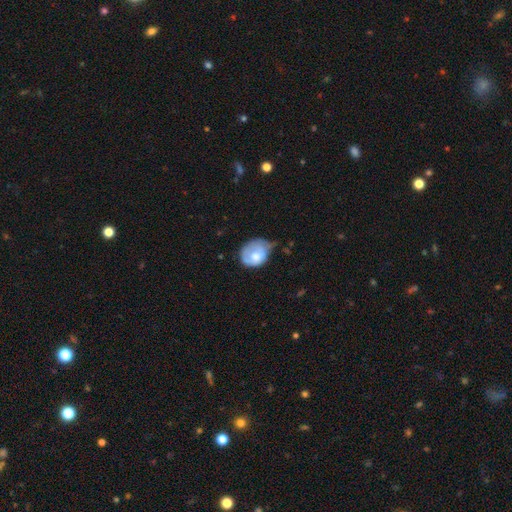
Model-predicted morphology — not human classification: The model was most divided on "how rounded": round: 55%, in between: 44%, cigar-shaped: 1%. Remaining: smooth or featured — smooth (65%); merging — minor disturbance (44%).